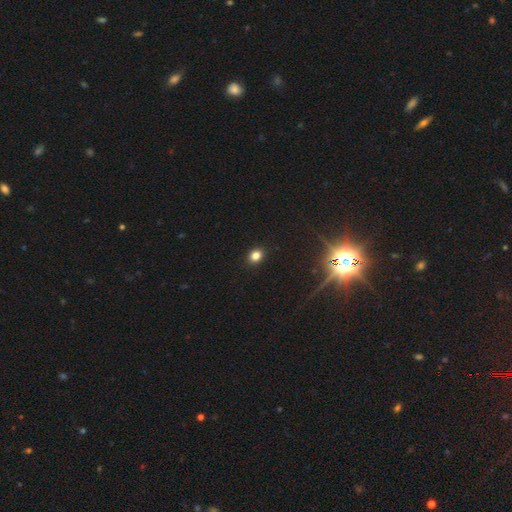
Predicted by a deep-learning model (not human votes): This appears to be a smooth galaxy with no disk features (81%) that is round (50%). Merging: none (90%).